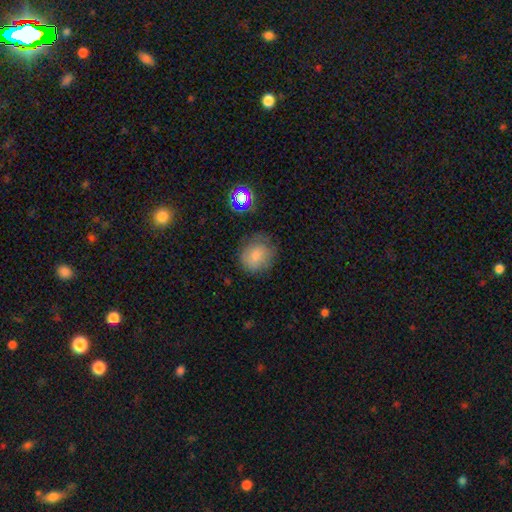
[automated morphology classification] Smooth or featured: smooth — 77% (star or artifact — 12%)
How rounded: round — 78% (in between — 21%)
Merging: none — 68% (minor disturbance — 21%)